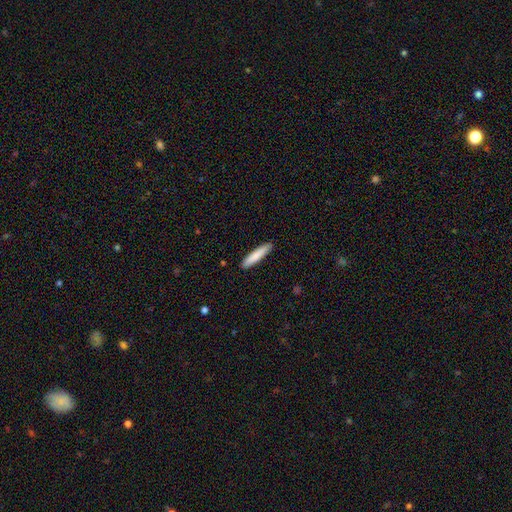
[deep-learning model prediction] This appears to be a smooth galaxy with no disk features (83%) that is cigar-shaped (89%). Merging: none (90%).